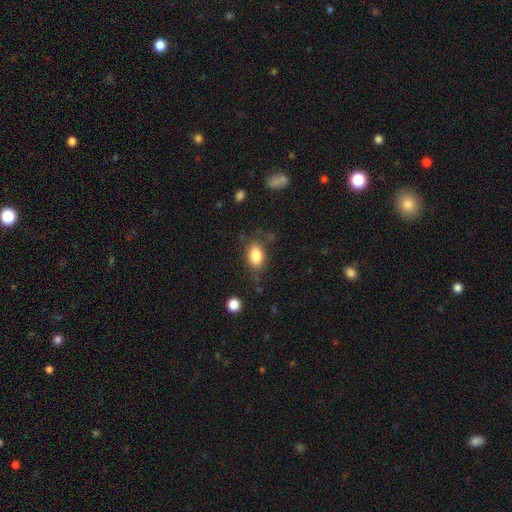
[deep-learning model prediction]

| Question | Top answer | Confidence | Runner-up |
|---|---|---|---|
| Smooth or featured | smooth | 84% | star or artifact (8%) |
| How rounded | in between | 87% | round (11%) |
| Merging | none | 74% | minor disturbance (18%) |